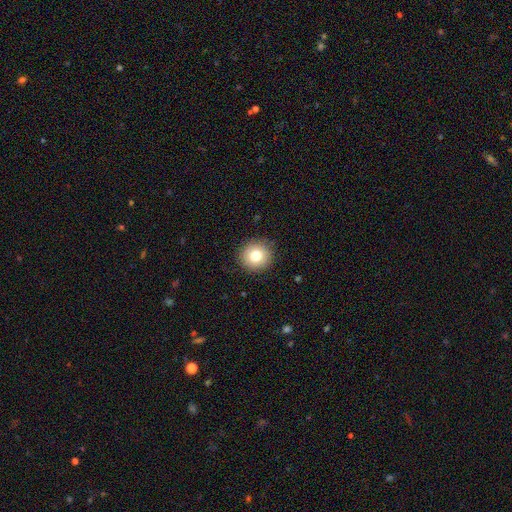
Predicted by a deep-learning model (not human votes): smooth 77%, featured or disk 12%, star or artifact 11%. Down the decision tree: how rounded — round (94%); merging — none (91%).